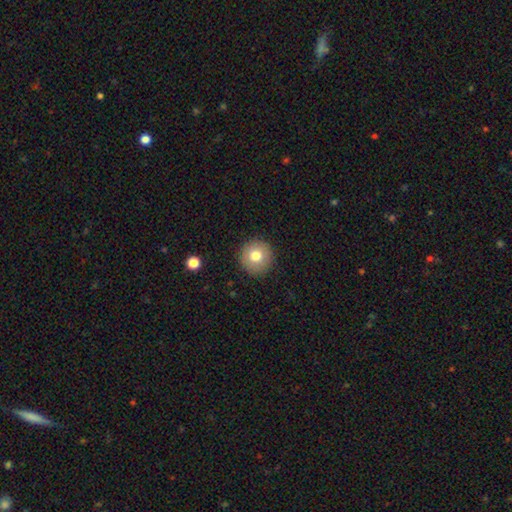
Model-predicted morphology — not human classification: type=smooth (77%); roundness=round (95%); merging=none (91%).